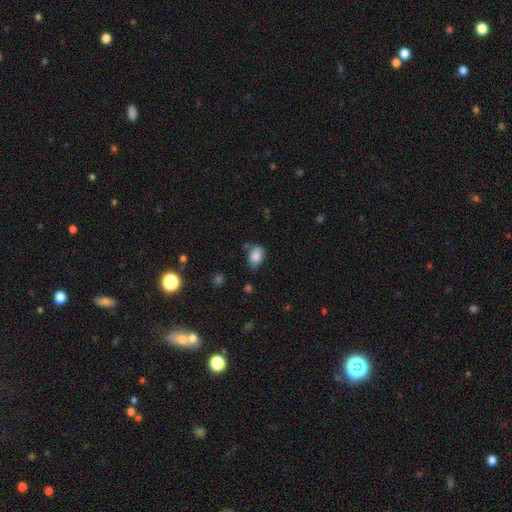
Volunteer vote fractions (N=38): smooth_or_featured: smooth (p=0.87) [alt: star or artifact p=0.08]
how_rounded: in between (p=0.67) [alt: round p=0.33]
merging: none (p=0.60) [alt: minor disturbance p=0.26]